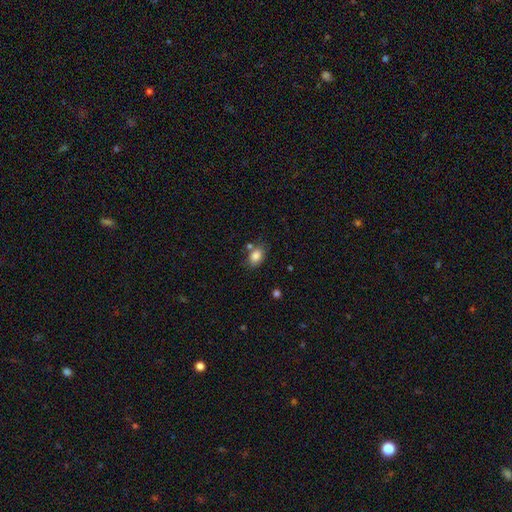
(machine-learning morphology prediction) A smooth galaxy with no disk features (84%) that is in between round and cigar-shaped (82%).

Vote fractions:
- Smooth or featured? smooth: 84% / star or artifact: 9% / featured or disk: 7%
- How rounded? in between: 82% / round: 16% / cigar-shaped: 1%
- Merging? none: 68% / minor disturbance: 17% / merger: 11% / major disturbance: 4%